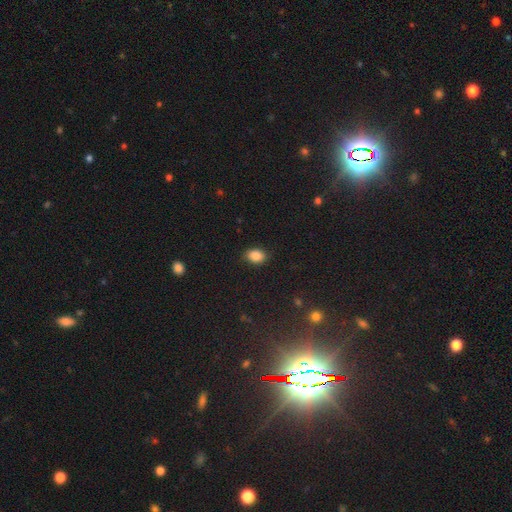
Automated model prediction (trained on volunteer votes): This appears to be a smooth galaxy with no disk features (86%) that is in between round and cigar-shaped (74%). Merging: none (86%).